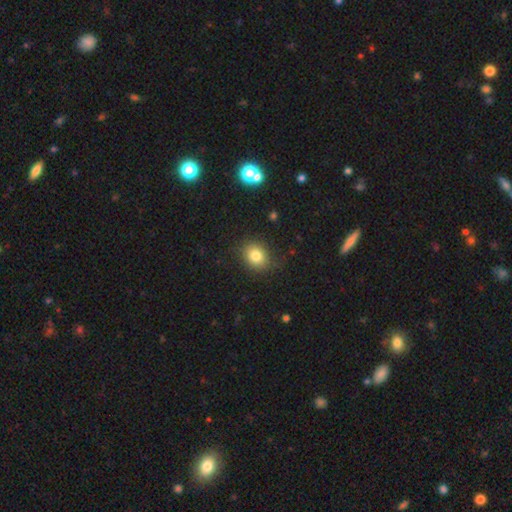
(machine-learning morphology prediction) type=smooth (80%); roundness=round (57%); merging=none (82%).